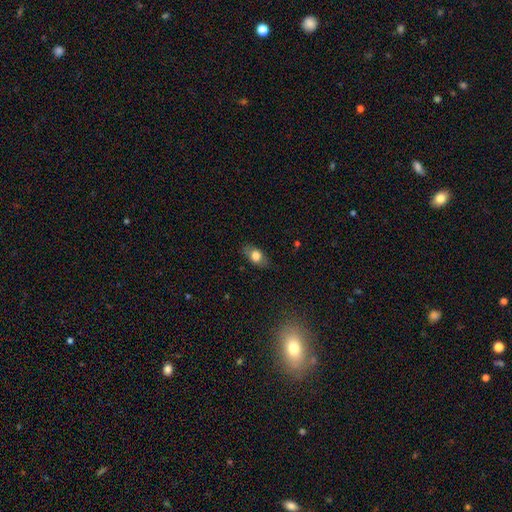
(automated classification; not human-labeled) A smooth galaxy with no disk features (74%) that is in between round and cigar-shaped (84%). Merging: none (81%).